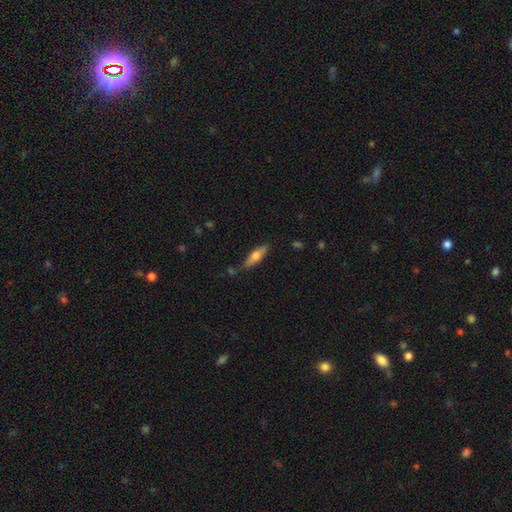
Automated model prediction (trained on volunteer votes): This appears to be a smooth galaxy with no disk features (62%) that is cigar-shaped (58%). Merging: none (74%).